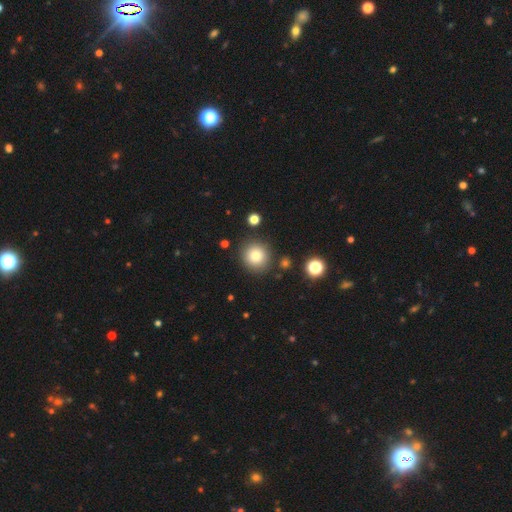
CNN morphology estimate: Q: Smooth or featured?
A: smooth (81%); runner-up: star or artifact (11%)
Q: How rounded?
A: round (93%); runner-up: in between (7%)
Q: Merging?
A: none (86%); runner-up: minor disturbance (8%)